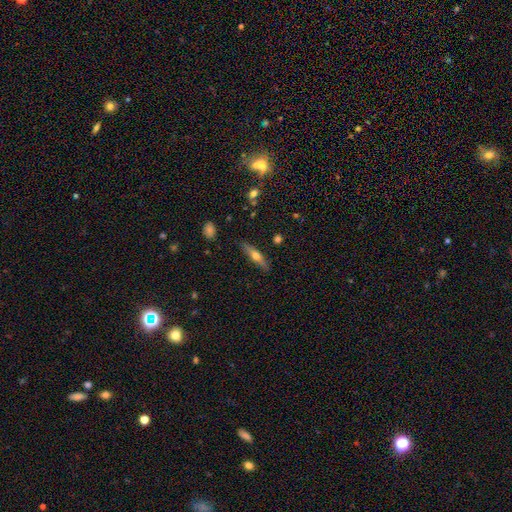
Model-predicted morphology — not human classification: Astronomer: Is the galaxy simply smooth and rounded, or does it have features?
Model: featured or disk — 51% (runner-up: smooth, 42%).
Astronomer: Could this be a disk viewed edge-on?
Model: yes — 92%.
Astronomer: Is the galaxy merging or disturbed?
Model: none — 87%.